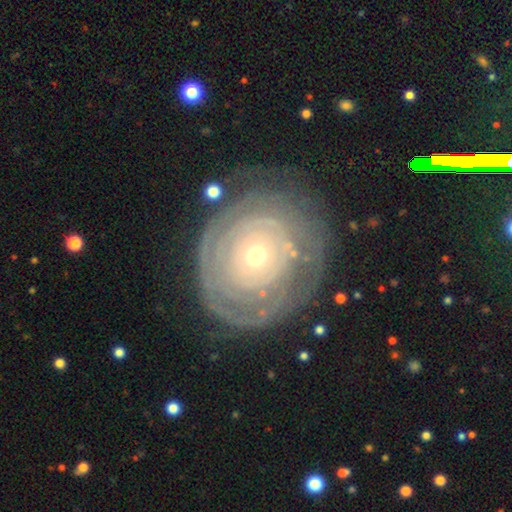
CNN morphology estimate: Smooth or featured? featured or disk (74%)
Edge-on disk? no (96%)
Bar? no (88%)
Spiral arms? yes (69%)
Bulge size? small (58%)
Merging? none (75%)